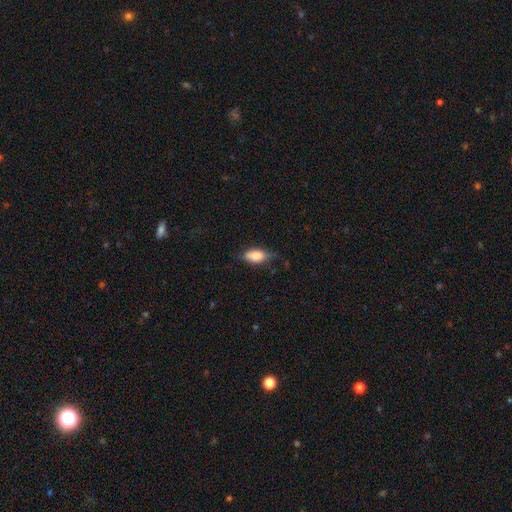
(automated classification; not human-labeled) Smooth or featured?
  - smooth: 81% *
  - featured or disk: 12%
  - star or artifact: 7%
How rounded?
  - in between: 88% *
  - cigar-shaped: 7%
  - round: 5%
Merging?
  - none: 61% *
  - minor disturbance: 30%
  - major disturbance: 7%
  - merger: 2%